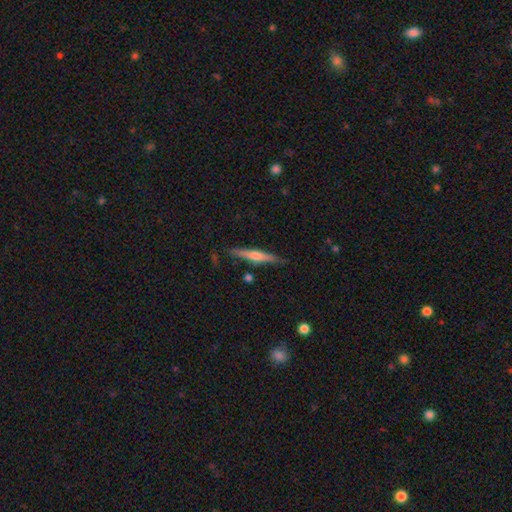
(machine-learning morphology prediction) type=featured or disk (63%); edge-on=yes (97%); edge-on bulge=rounded (82%); merging=none (85%).